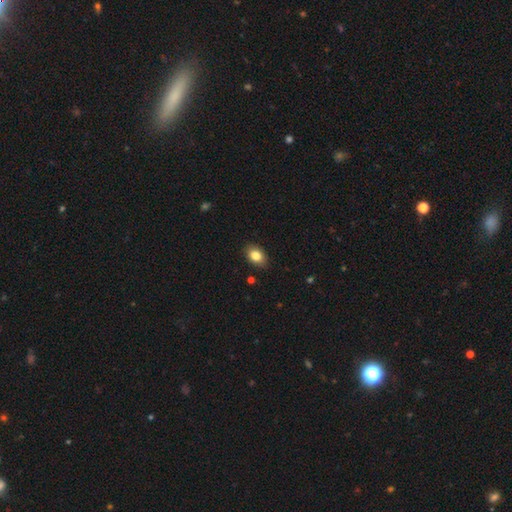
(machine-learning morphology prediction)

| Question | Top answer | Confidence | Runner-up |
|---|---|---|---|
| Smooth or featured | smooth | 83% | featured or disk (9%) |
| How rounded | in between | 81% | round (18%) |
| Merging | none | 88% | minor disturbance (9%) |